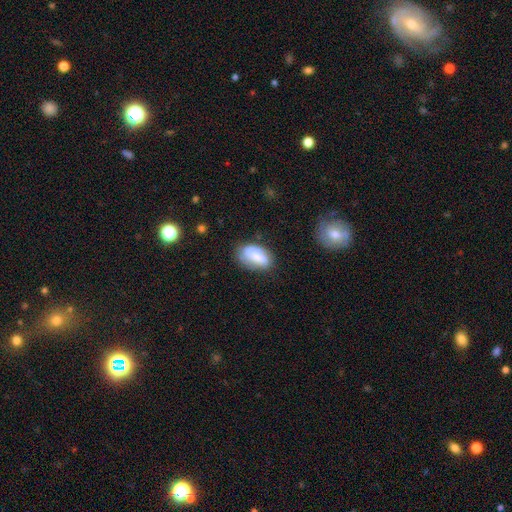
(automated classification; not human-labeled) smooth 55%, featured or disk 38%, star or artifact 8%. Down the decision tree: how rounded — in between (91%); merging — none (63%).